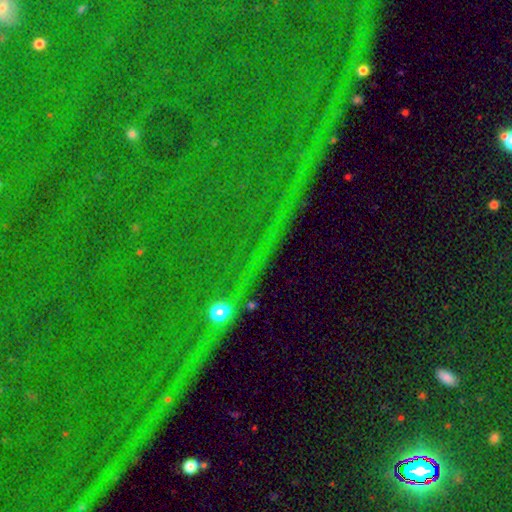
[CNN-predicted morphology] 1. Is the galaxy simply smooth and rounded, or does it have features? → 82% star or artifact, 9% featured or disk, 8% smooth.